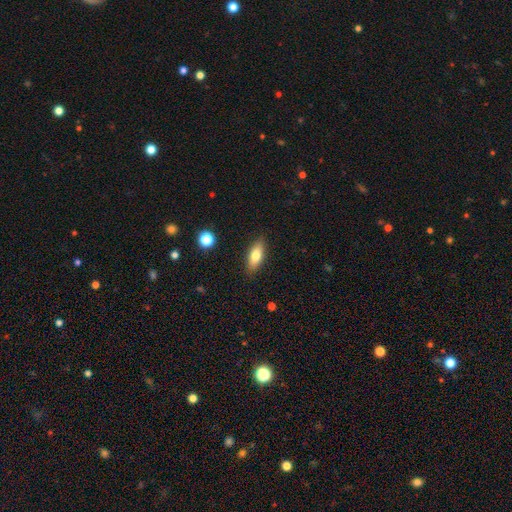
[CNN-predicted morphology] This appears to be a smooth galaxy with no disk features (74%) that is in between round and cigar-shaped (74%). Merging: none (87%).